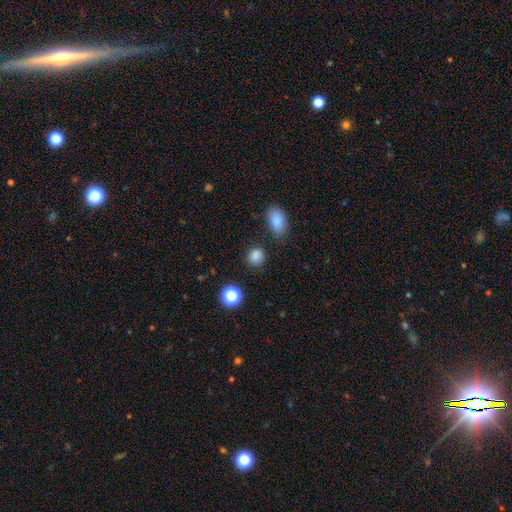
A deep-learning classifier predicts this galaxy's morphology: A smooth galaxy with no disk features (83%) that is round (77%).

Vote fractions:
- Smooth or featured? smooth: 83% / star or artifact: 13% / featured or disk: 4%
- How rounded? round: 77% / in between: 22% / cigar-shaped: 1%
- Merging? none: 82% / minor disturbance: 12% / major disturbance: 3% / merger: 3%